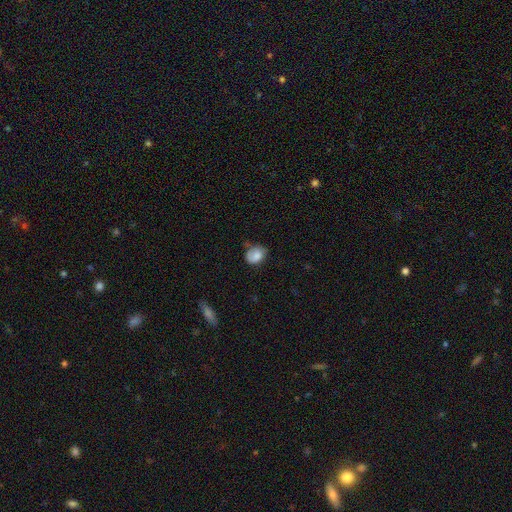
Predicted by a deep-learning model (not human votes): Smooth or featured: smooth — 79% (featured or disk — 13%)
How rounded: in between — 59% (round — 40%)
Merging: none — 49% (minor disturbance — 34%)